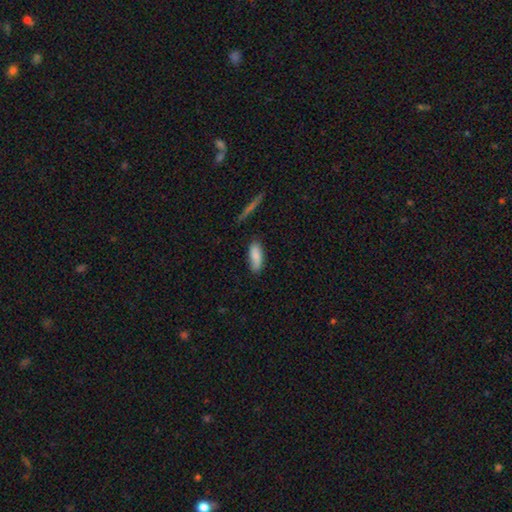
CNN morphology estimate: Smooth or featured? smooth (84%)
How rounded? in between (77%)
Merging? none (76%)